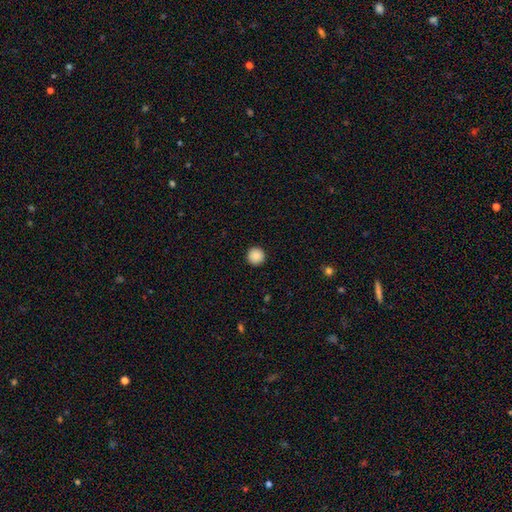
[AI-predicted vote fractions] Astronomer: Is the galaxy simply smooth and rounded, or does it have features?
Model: smooth — 88%.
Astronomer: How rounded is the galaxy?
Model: round — 96%.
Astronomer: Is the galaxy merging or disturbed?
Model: none — 93%.